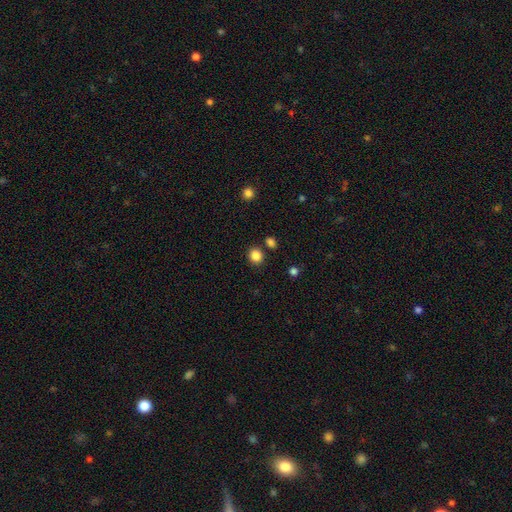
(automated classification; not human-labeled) Smooth or featured? smooth (85%)
How rounded? round (77%)
Merging? none (82%)